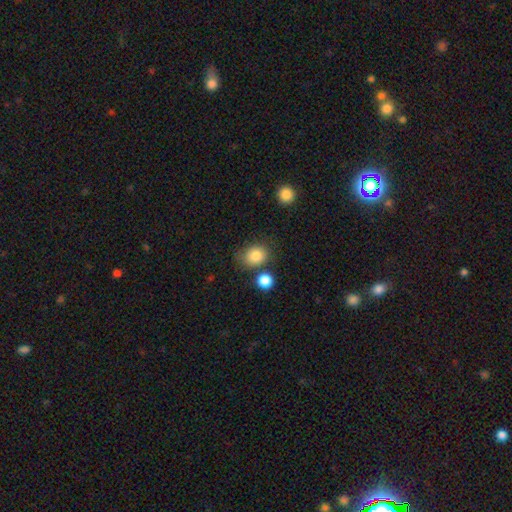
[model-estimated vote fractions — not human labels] smooth-or-featured: smooth: 84% | star or artifact: 10% | featured or disk: 6%
  how-rounded: round: 59% | in between: 40% | cigar-shaped: 1%
  merging: none: 68% | minor disturbance: 16% | merger: 11% | major disturbance: 5%